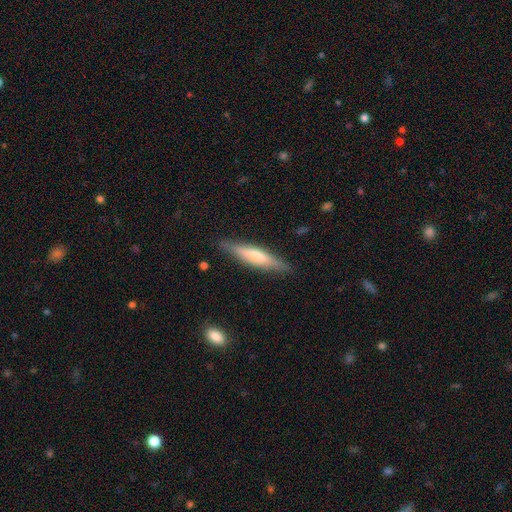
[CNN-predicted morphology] smooth-or-featured: smooth: 50% | featured or disk: 44% | star or artifact: 6%
  merging: none: 86% | minor disturbance: 11% | major disturbance: 2% | merger: 1%